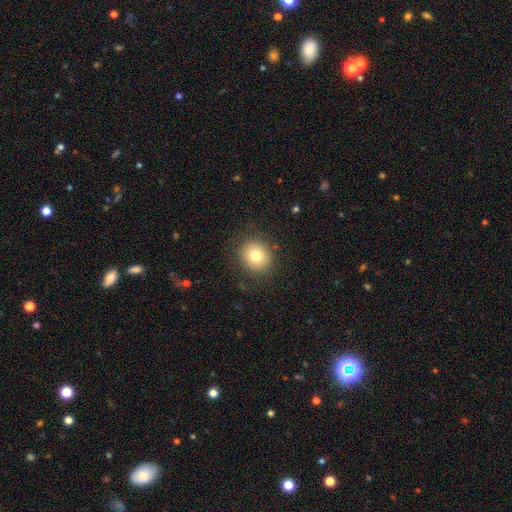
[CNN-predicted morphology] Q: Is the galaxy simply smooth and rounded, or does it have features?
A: smooth — 80%.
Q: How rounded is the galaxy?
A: round — 84%.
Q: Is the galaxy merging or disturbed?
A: none — 87%.